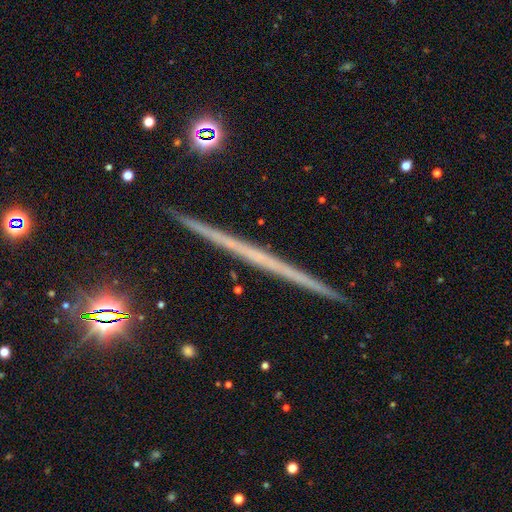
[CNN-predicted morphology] featured or disk 68%, smooth 20%, star or artifact 12%. Down the decision tree: edge-on disk — yes (98%); edge-on bulge — none (86%); merging — none (92%).